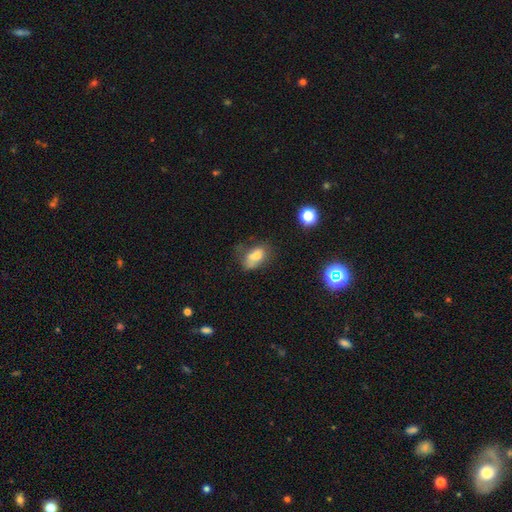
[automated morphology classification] Overall: smooth (63%). How rounded: in between (80%). Merging: none (35%; merger 25%).